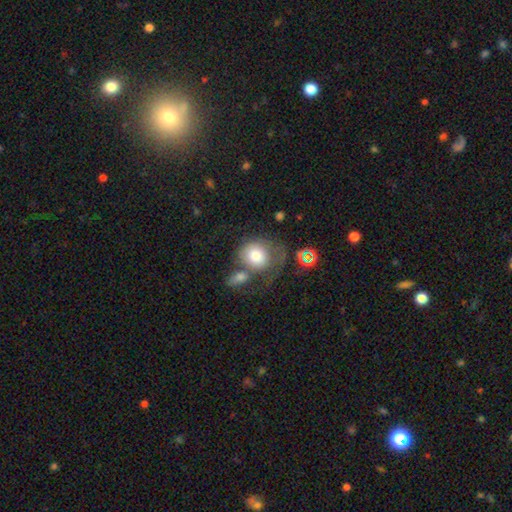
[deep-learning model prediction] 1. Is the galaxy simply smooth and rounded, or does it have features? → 72% smooth, 19% featured or disk, 10% star or artifact.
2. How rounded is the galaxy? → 79% round, 20% in between, 1% cigar-shaped.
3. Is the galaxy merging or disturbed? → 34% merger, 30% none, 21% major disturbance, 15% minor disturbance.